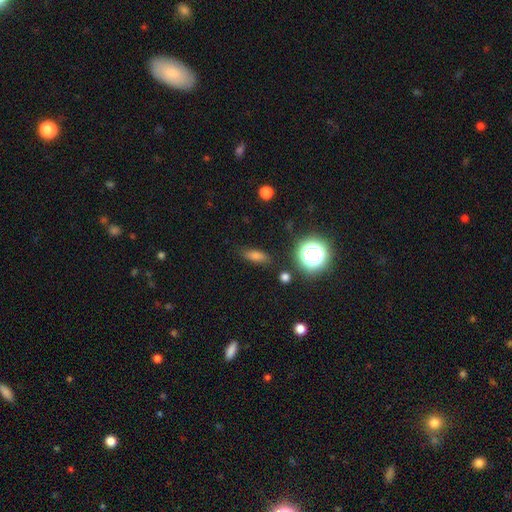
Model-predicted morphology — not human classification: Overall: smooth (72%). How rounded: in between (60%; cigar-shaped 27%). Merging: none (84%).